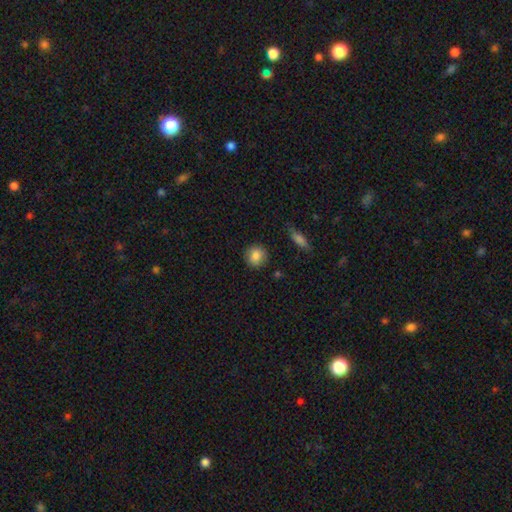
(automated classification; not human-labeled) A smooth galaxy with no disk features (86%) that is round (87%). Merging: none (86%).